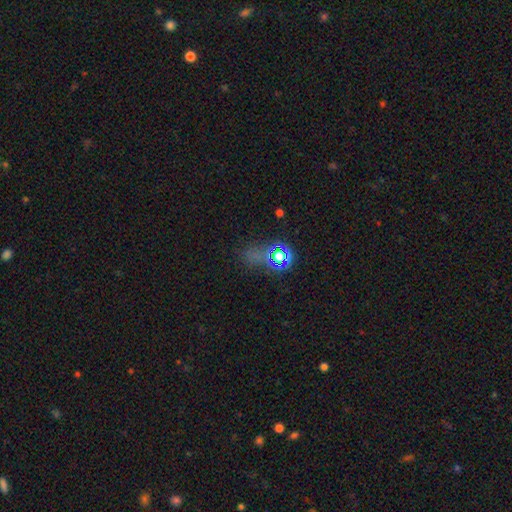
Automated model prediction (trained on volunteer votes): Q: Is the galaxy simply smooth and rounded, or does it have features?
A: star or artifact — 60%.